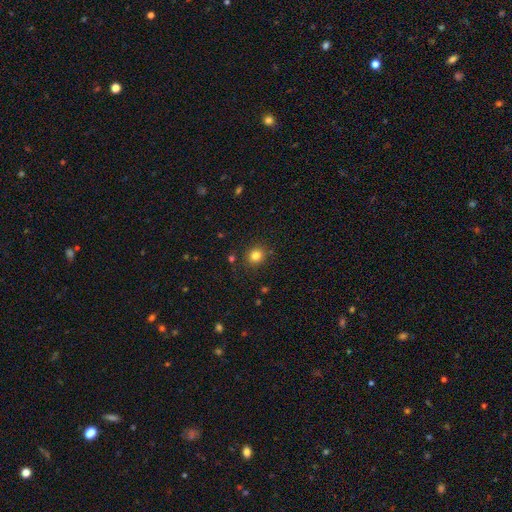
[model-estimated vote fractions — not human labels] Morphology: type=smooth (81%); roundness=round (85%); merging=none (88%).